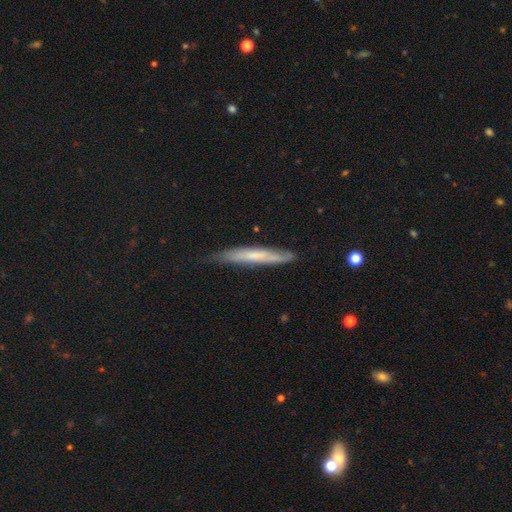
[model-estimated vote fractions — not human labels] This appears to be a smooth galaxy with no disk features (51%) that is cigar-shaped (95%). Merging: none (67%).